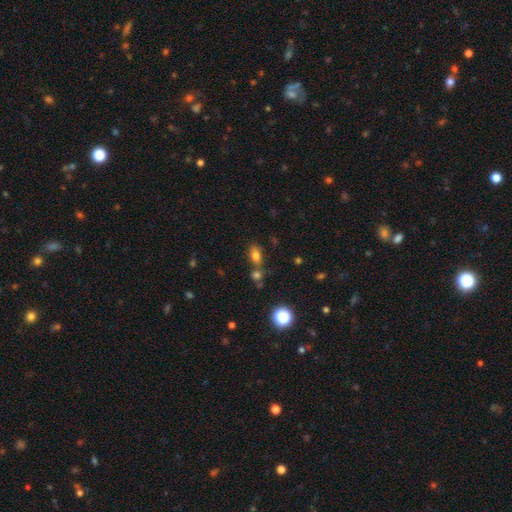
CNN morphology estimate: A smooth galaxy with no disk features (76%) that is in between round and cigar-shaped (80%).

Vote fractions:
- Smooth or featured? smooth: 76% / star or artifact: 16% / featured or disk: 9%
- How rounded? in between: 80% / round: 16% / cigar-shaped: 4%
- Merging? none: 58% / merger: 27% / minor disturbance: 11% / major disturbance: 4%